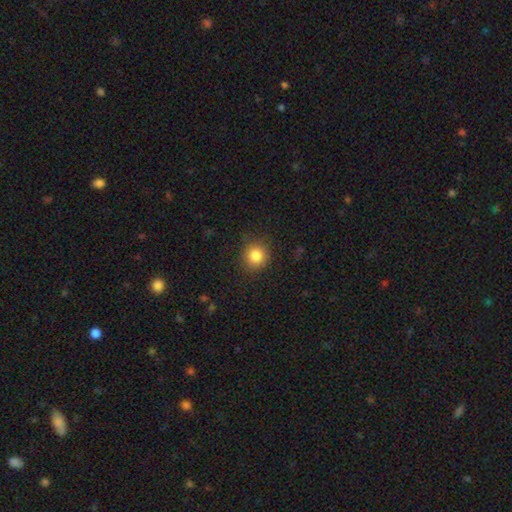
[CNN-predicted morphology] Overall: smooth (85%). How rounded: round (90%). Merging: none (88%).